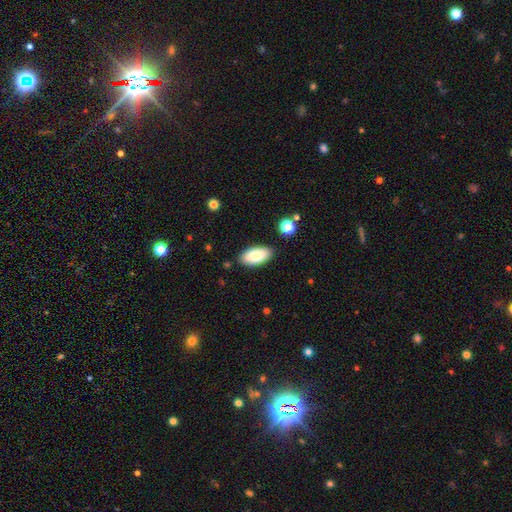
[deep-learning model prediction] Smooth or featured? smooth (84%)
How rounded? in between (92%)
Merging? none (86%)